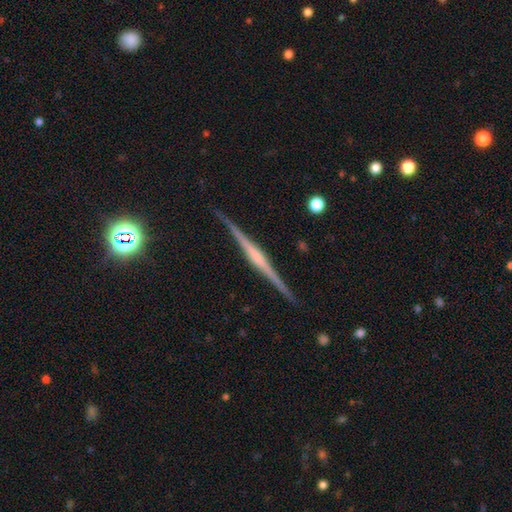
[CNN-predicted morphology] A featured or disk galaxy (84%) viewed edge-on (99%) with a rounded central bulge (53%). Merging: none (91%).